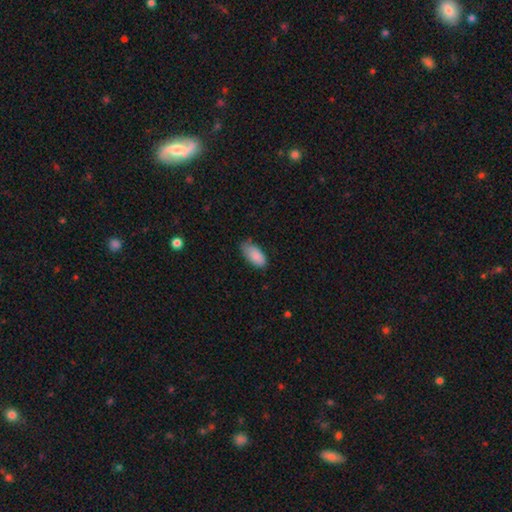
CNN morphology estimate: Q: Smooth or featured?
A: smooth (88%); runner-up: star or artifact (6%)
Q: How rounded?
A: in between (92%); runner-up: cigar-shaped (6%)
Q: Merging?
A: none (68%); runner-up: minor disturbance (27%)